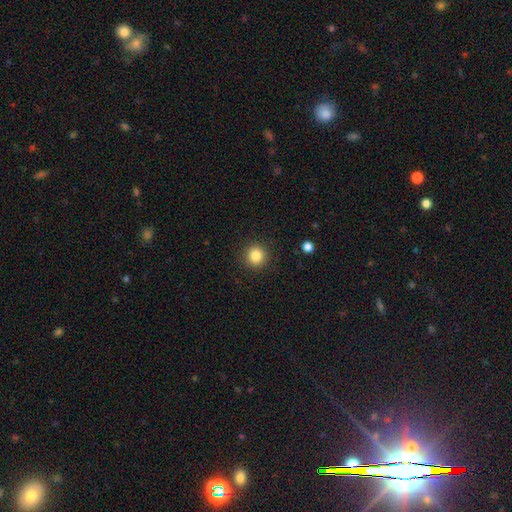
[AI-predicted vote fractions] smooth-or-featured: smooth: 84% | star or artifact: 11% | featured or disk: 5%
  how-rounded: round: 93% | in between: 6% | cigar-shaped: 1%
  merging: none: 91% | minor disturbance: 6% | major disturbance: 2% | merger: 1%